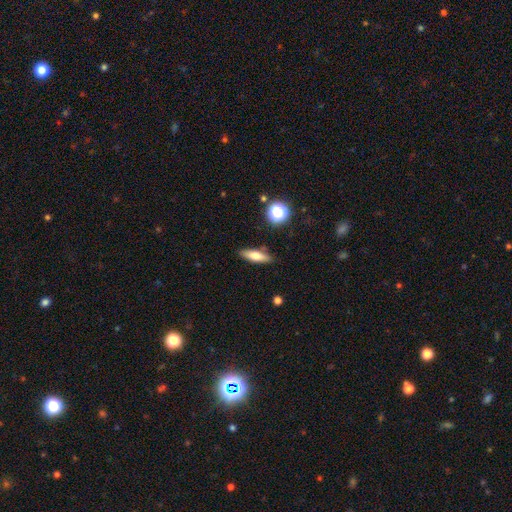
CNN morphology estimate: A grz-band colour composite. It shows a smooth galaxy with no disk features (66%) that is cigar-shaped (54%). Merging: none (85%).